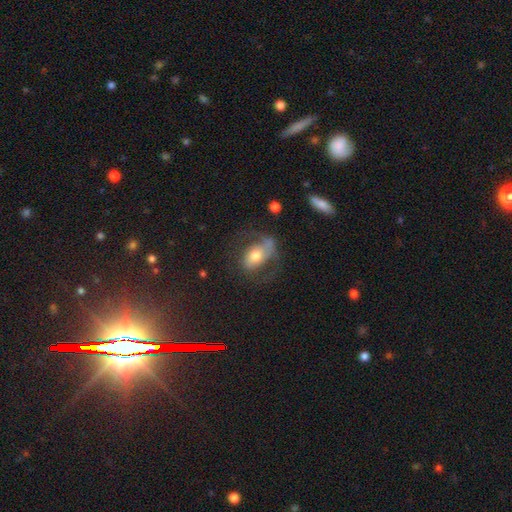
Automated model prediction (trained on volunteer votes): Morphology: type=featured or disk (54%); edge-on=no (93%); bar=no (52%); spiral arms=yes (71%); bulge=moderate (67%); merging=none (48%).